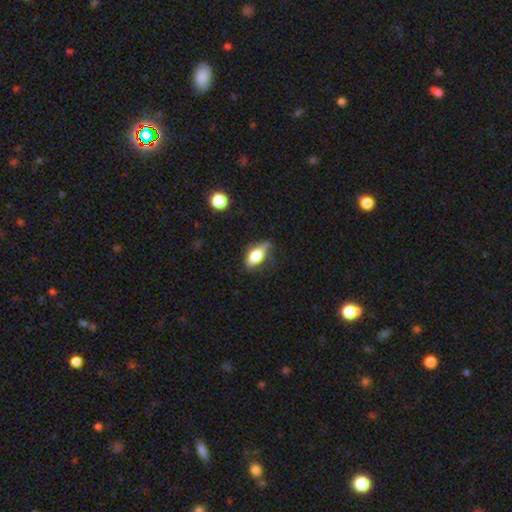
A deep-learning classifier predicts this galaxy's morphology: A smooth galaxy with no disk features (71%) that is in between round and cigar-shaped (84%).

Vote fractions:
- Smooth or featured? smooth: 71% / featured or disk: 20% / star or artifact: 8%
- How rounded? in between: 84% / cigar-shaped: 9% / round: 7%
- Merging? none: 40% / minor disturbance: 38% / major disturbance: 18% / merger: 4%